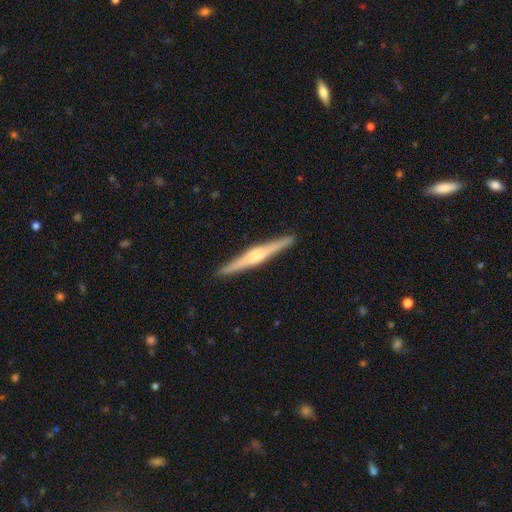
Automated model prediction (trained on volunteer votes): Smooth or featured? featured or disk (78%)
Edge-on disk? yes (98%)
Edge-on bulge? rounded (70%)
Merging? none (92%)